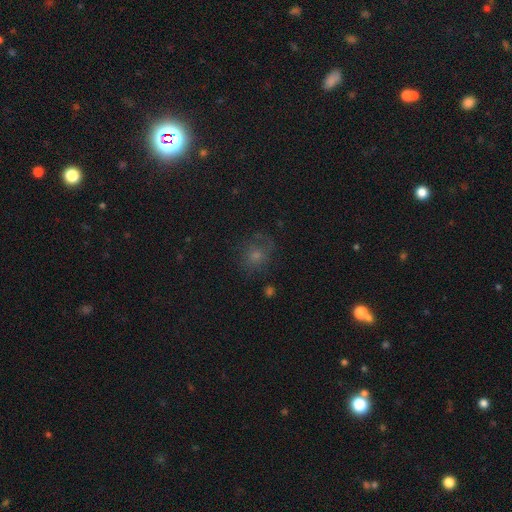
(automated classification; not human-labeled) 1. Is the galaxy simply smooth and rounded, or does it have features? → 57% smooth, 23% featured or disk, 20% star or artifact.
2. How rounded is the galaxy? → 70% round, 29% in between, 1% cigar-shaped.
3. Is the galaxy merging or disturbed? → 58% none, 22% minor disturbance, 18% major disturbance, 2% merger.